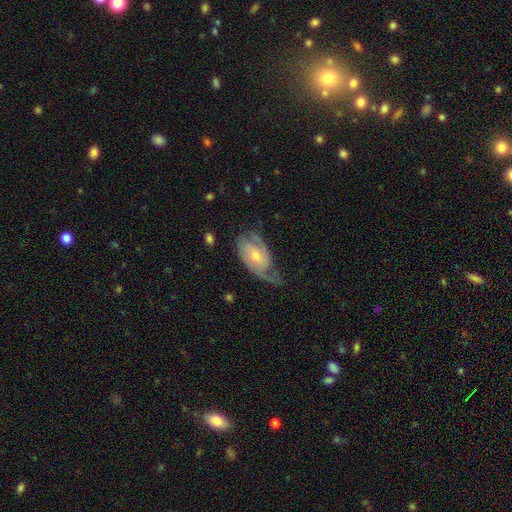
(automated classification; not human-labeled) smooth-or-featured: featured or disk: 78% | smooth: 16% | star or artifact: 6%
  disk-edge-on: no: 95% | yes: 5%
    bar: no: 61% | weak: 32% | strong: 7%
    has-spiral-arms: yes: 92% | no: 8%
      spiral-winding: medium: 40% | tight: 38% | loose: 22%
      spiral-arm-count: 2: 60% | can't tell: 16% | 1: 15% | 3: 6% | 4: 2% | more than 4: 2%
    bulge-size: small: 53% | moderate: 42% | large: 2% | none: 2% | dominant: 1%
  merging: none: 51% | minor disturbance: 27% | major disturbance: 20% | merger: 2%